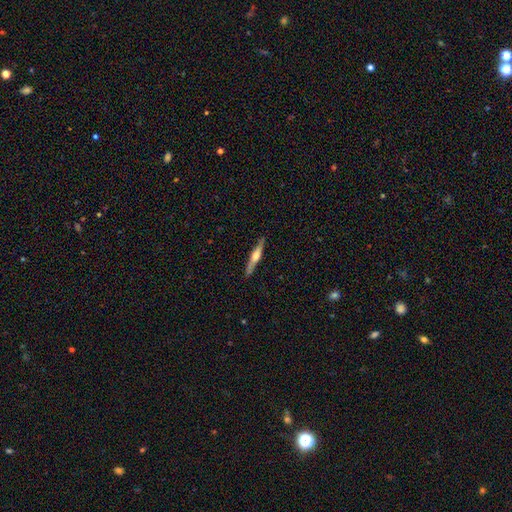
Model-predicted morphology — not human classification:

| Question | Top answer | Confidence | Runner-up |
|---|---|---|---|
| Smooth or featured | featured or disk | 66% | smooth (29%) |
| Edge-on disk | yes | 97% | no (3%) |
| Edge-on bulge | rounded | 84% | boxy (11%) |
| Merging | none | 88% | minor disturbance (9%) |